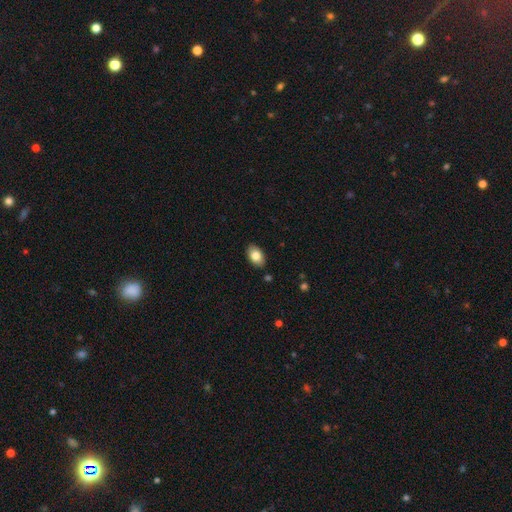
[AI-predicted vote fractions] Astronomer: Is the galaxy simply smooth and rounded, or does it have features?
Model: smooth — 81%.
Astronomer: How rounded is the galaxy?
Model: in between — 90%.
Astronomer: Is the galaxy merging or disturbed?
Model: none — 87%.